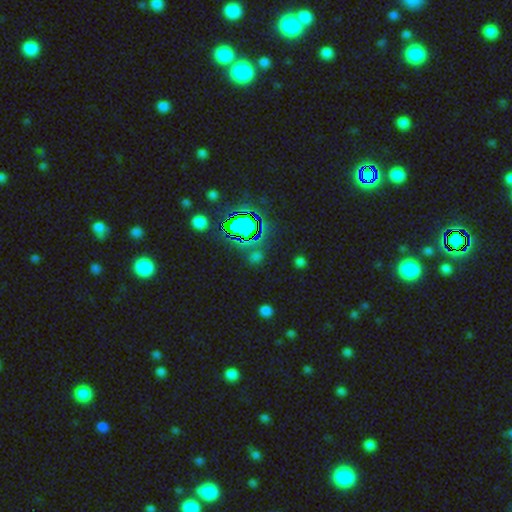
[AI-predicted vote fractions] This appears to be a star or artifact, not a galaxy (55%).